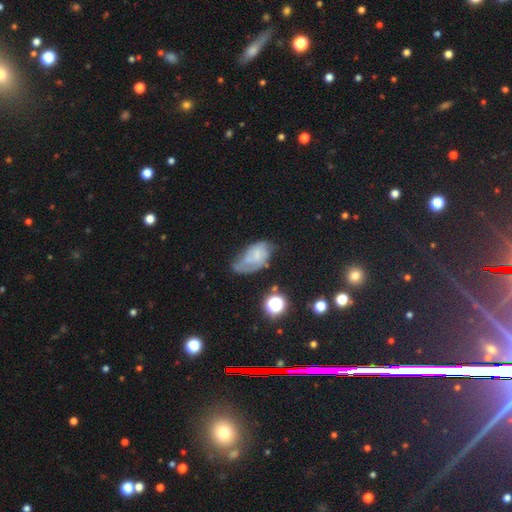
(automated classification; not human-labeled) Q: Smooth or featured?
A: featured or disk (50%); runner-up: smooth (38%)
Q: Merging?
A: minor disturbance (35%); runner-up: none (32%)